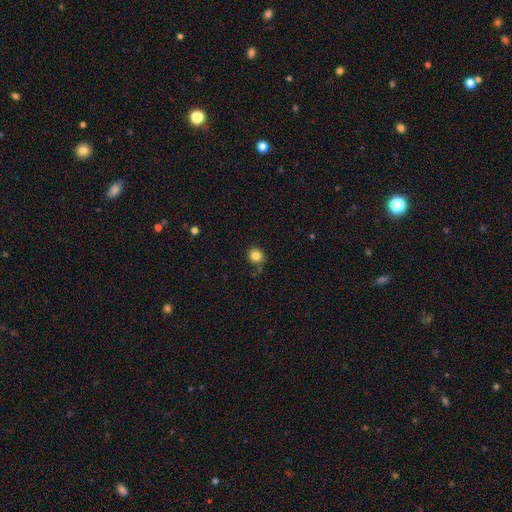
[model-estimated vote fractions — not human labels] This is clearly a smooth galaxy (84%). How rounded: clearly round (91%). Merging: clearly none (82%).